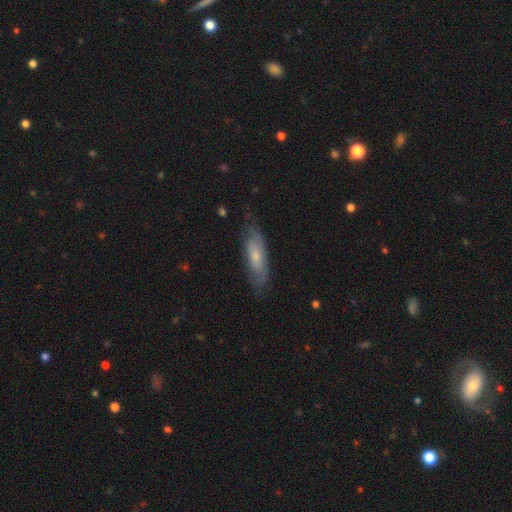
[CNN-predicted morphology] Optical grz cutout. It shows a smooth galaxy with no disk features (50%) that is in between round and cigar-shaped (51%). Merging: none (66%).